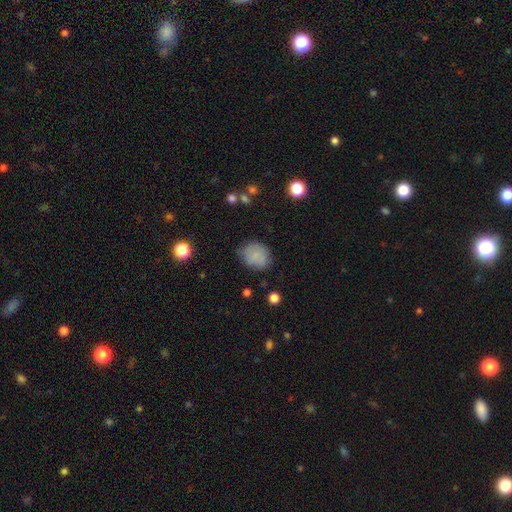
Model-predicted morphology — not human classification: Smooth or featured?
  - smooth: 80% *
  - featured or disk: 10%
  - star or artifact: 10%
How rounded?
  - round: 65% *
  - in between: 34%
  - cigar-shaped: 1%
Merging?
  - none: 71% *
  - minor disturbance: 21%
  - major disturbance: 6%
  - merger: 2%